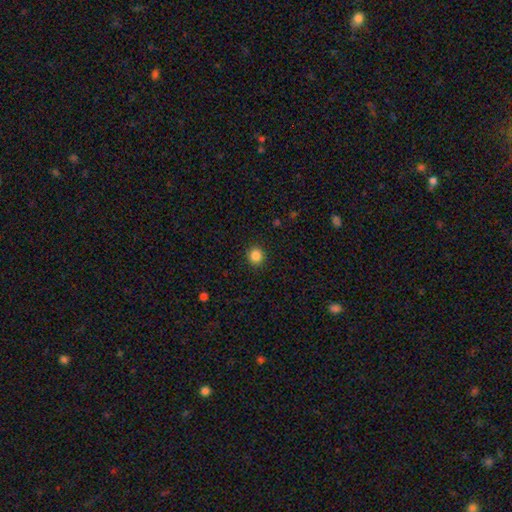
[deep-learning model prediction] This appears to be a smooth galaxy with no disk features (85%) that is round (91%). Merging: none (92%).